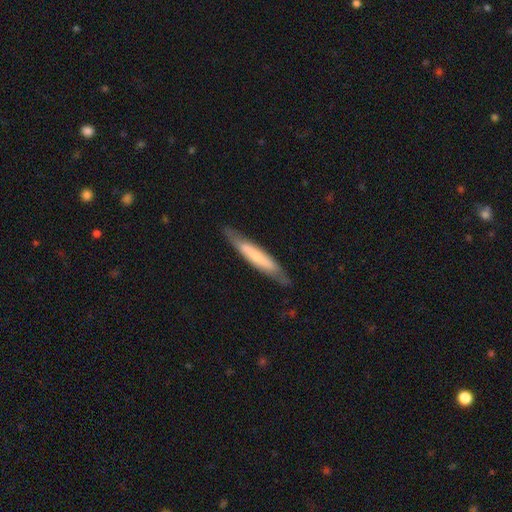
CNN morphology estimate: The model was most divided on "smooth or featured": featured or disk: 49%, smooth: 45%, star or artifact: 6%. More confident: merging — none (78%).